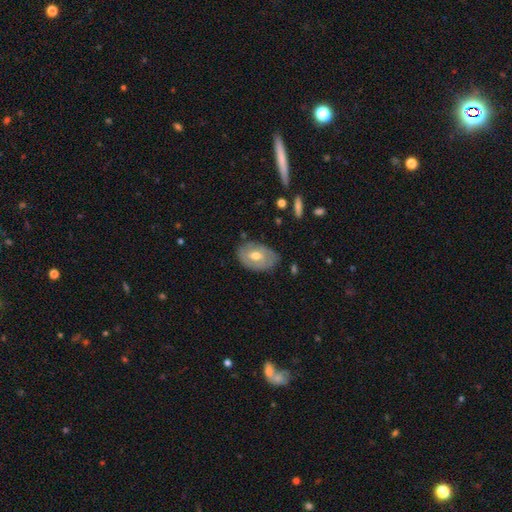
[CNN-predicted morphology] Overall: featured or disk (56%; smooth 38%). Edge-on disk: no (93%). Bar: no (50%; weak 40%). Spiral arms: yes (51%; no 49%). Bulge size: moderate (75%). Merging: none (72%).